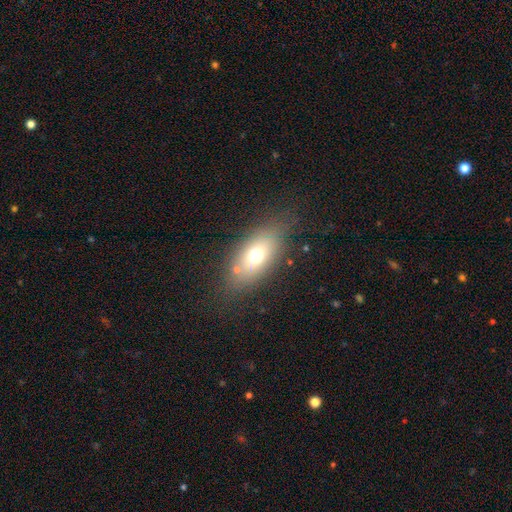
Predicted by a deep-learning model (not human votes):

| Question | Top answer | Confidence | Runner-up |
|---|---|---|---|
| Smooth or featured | smooth | 66% | featured or disk (22%) |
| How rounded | in between | 80% | cigar-shaped (10%) |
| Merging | none | 74% | minor disturbance (15%) |